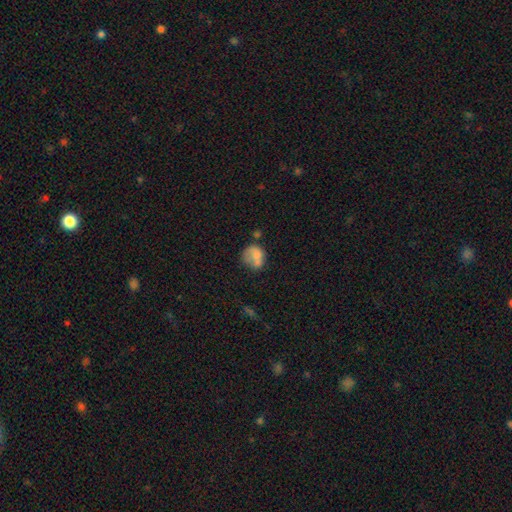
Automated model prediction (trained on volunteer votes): Q: Smooth or featured?
A: smooth (67%); runner-up: featured or disk (23%)
Q: How rounded?
A: round (61%); runner-up: in between (38%)
Q: Merging?
A: none (35%); runner-up: minor disturbance (23%)